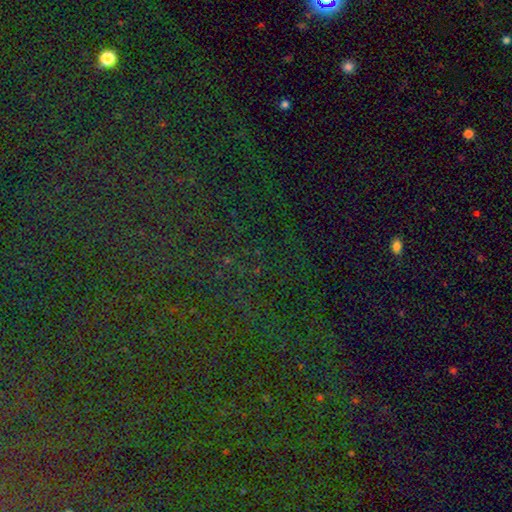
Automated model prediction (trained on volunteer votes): star or artifact 84%, smooth 9%, featured or disk 7%.